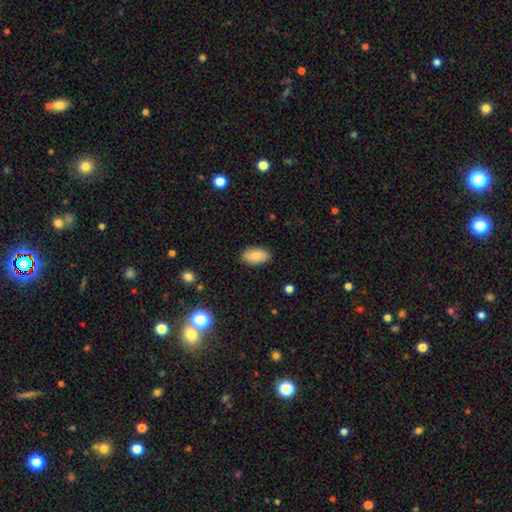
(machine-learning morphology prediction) Q: Smooth or featured?
A: smooth (83%); runner-up: featured or disk (10%)
Q: How rounded?
A: in between (94%); runner-up: round (3%)
Q: Merging?
A: none (87%); runner-up: minor disturbance (10%)